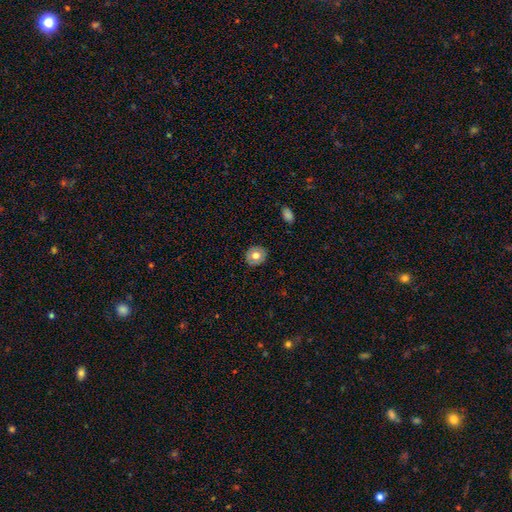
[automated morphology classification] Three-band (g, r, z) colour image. It shows a smooth galaxy with no disk features (71%) that is round (76%). Merging: none (87%).